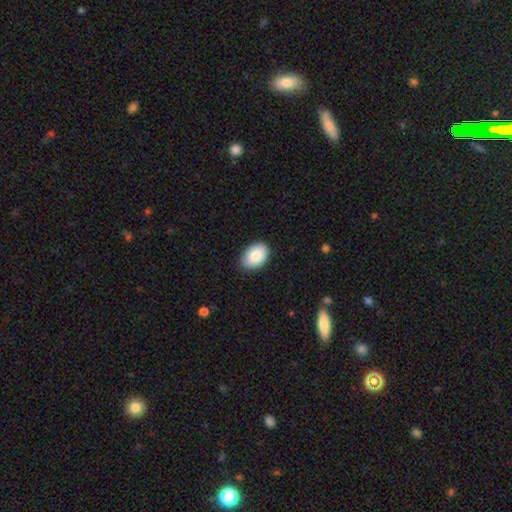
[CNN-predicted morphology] A smooth galaxy with no disk features (86%) that is in between round and cigar-shaped (88%).

Vote fractions:
- Smooth or featured? smooth: 86% / featured or disk: 8% / star or artifact: 6%
- How rounded? in between: 88% / round: 11% / cigar-shaped: 1%
- Merging? none: 84% / minor disturbance: 13% / major disturbance: 2% / merger: 1%